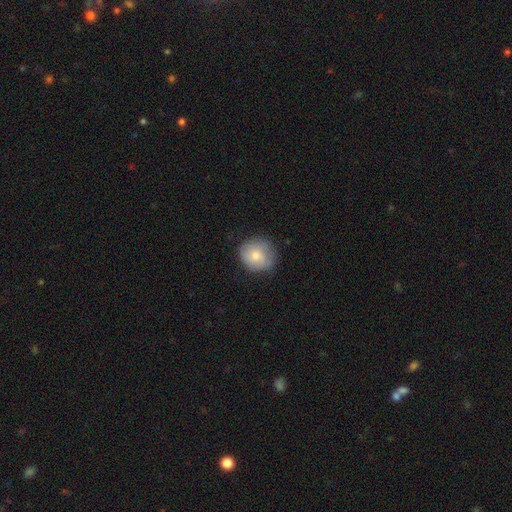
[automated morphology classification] Overall: smooth (75%). How rounded: round (86%). Merging: none (75%).